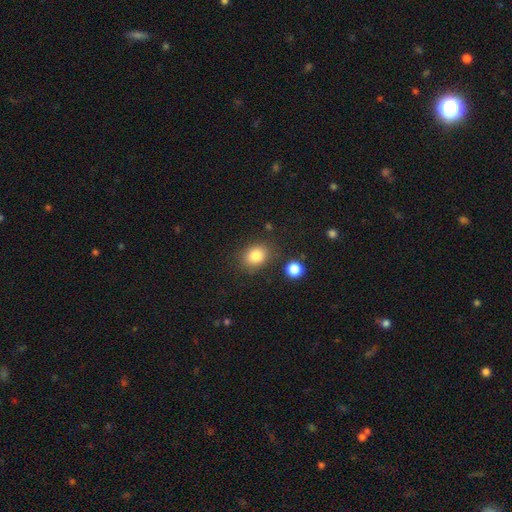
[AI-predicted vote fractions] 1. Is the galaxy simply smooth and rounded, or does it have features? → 84% smooth, 10% star or artifact, 6% featured or disk.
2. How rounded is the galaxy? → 50% round, 49% in between, 1% cigar-shaped.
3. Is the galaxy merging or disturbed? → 78% none, 13% minor disturbance, 5% merger, 4% major disturbance.